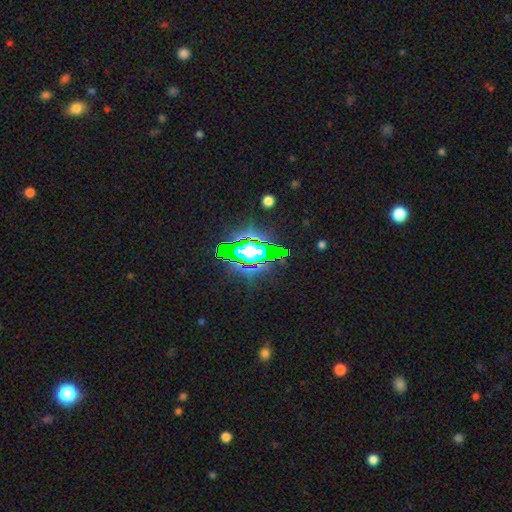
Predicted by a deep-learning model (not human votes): Smooth or featured? Predicted: star or artifact (p=0.63).